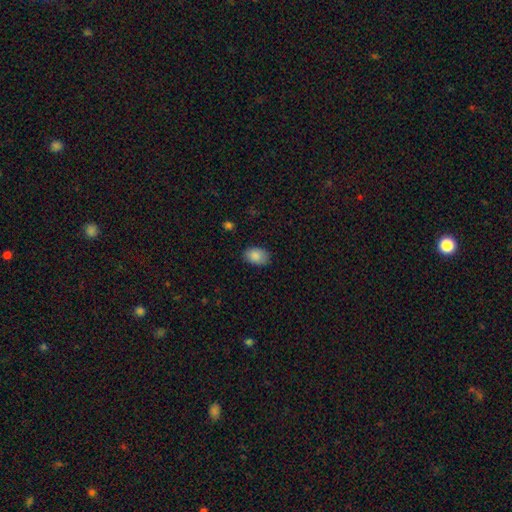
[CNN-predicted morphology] This is clearly a smooth galaxy (88%). How rounded: clearly in between (84%). Merging: clearly none (82%).